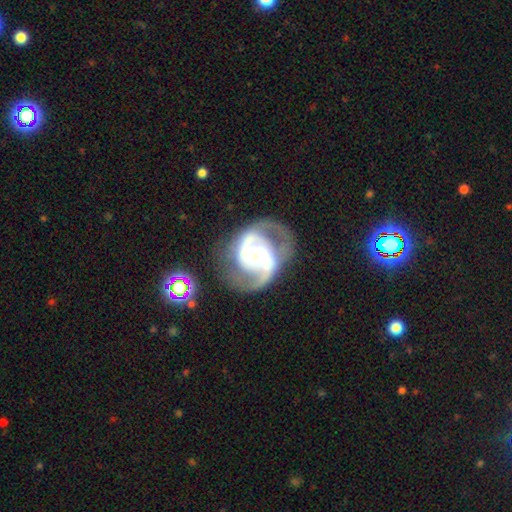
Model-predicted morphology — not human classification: smooth_or_featured: featured or disk (p=0.89) [alt: smooth p=0.06]
disk_edge_on: no (p=0.98) [alt: yes p=0.02]
bar: strong (p=0.40) [alt: weak p=0.37]
has_spiral_arms: yes (p=0.95) [alt: no p=0.05]
spiral_winding: medium (p=0.57) [alt: loose p=0.22]
spiral_arm_count: 2 (p=0.91) [alt: can't tell p=0.03]
bulge_size: moderate (p=0.60) [alt: small p=0.19]
merging: none (p=0.68) [alt: minor disturbance p=0.17]